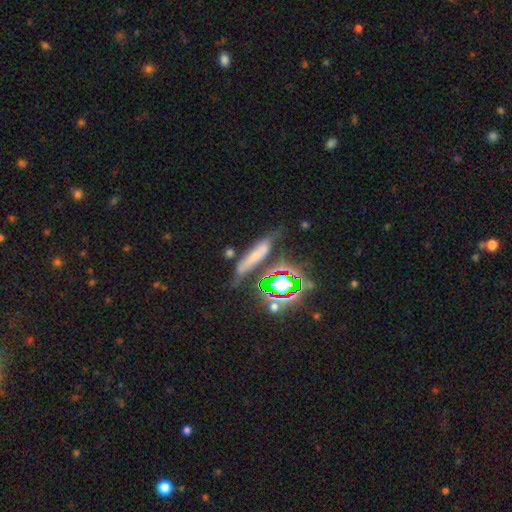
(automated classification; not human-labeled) Smooth or featured? smooth (47%)
Merging? none (57%)